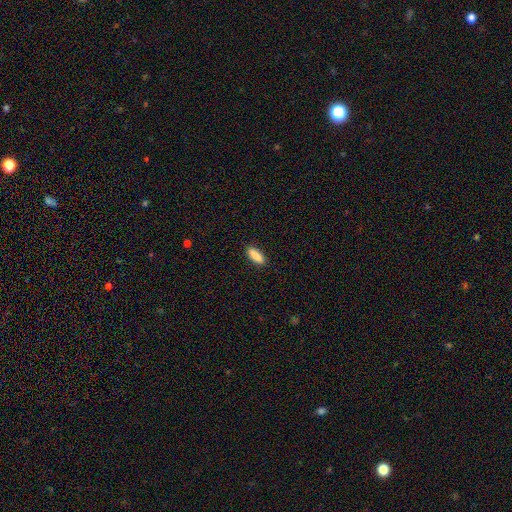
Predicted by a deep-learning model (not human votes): A smooth galaxy with no disk features (89%) that is in between round and cigar-shaped (55%). Merging: none (89%).